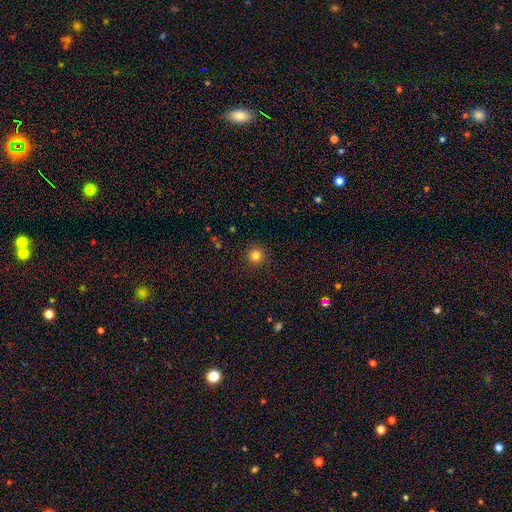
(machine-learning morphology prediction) The model was most divided on "smooth or featured": smooth: 83%, star or artifact: 12%, featured or disk: 4%. More confident: how rounded — round (94%); merging — none (91%).